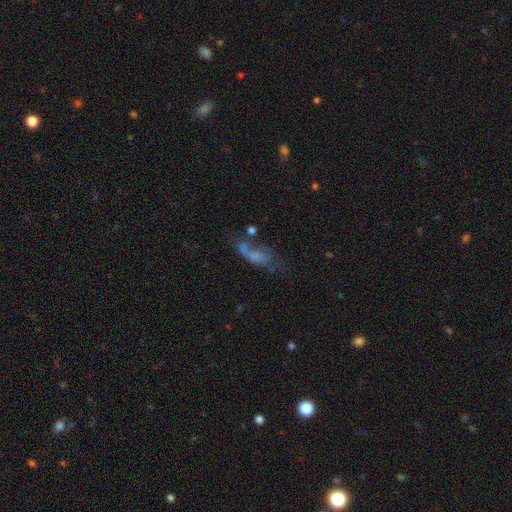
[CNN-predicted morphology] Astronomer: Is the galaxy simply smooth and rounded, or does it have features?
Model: smooth — 46% (runner-up: featured or disk, 35%).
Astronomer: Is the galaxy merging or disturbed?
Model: none — 31% (runner-up: major disturbance, 26%).